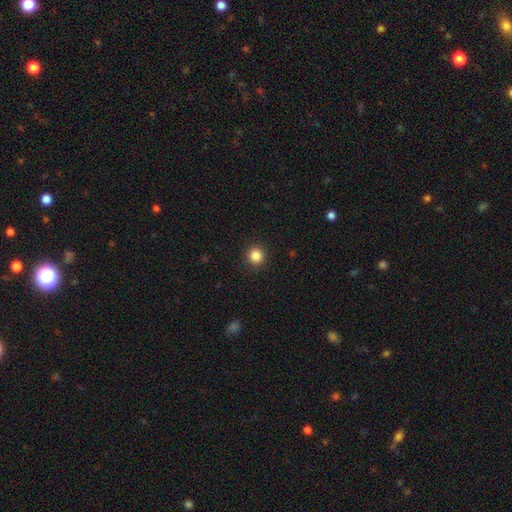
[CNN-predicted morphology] smooth 85%, star or artifact 11%, featured or disk 4%. Down the decision tree: how rounded — round (94%); merging — none (92%).